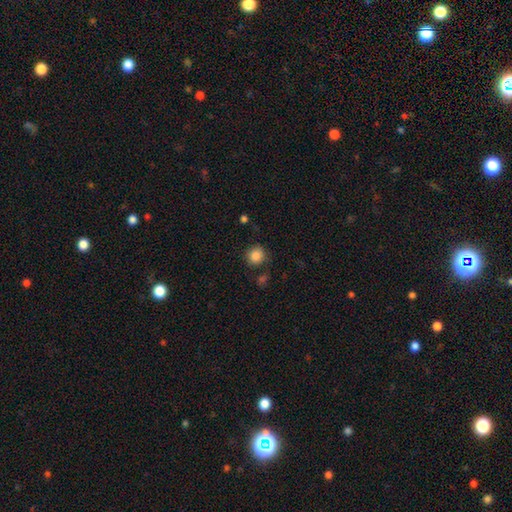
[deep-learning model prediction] Smooth or featured?
  - smooth: 85% *
  - star or artifact: 10%
  - featured or disk: 5%
How rounded?
  - round: 89% *
  - in between: 10%
  - cigar-shaped: 1%
Merging?
  - none: 83% *
  - minor disturbance: 10%
  - merger: 4%
  - major disturbance: 3%